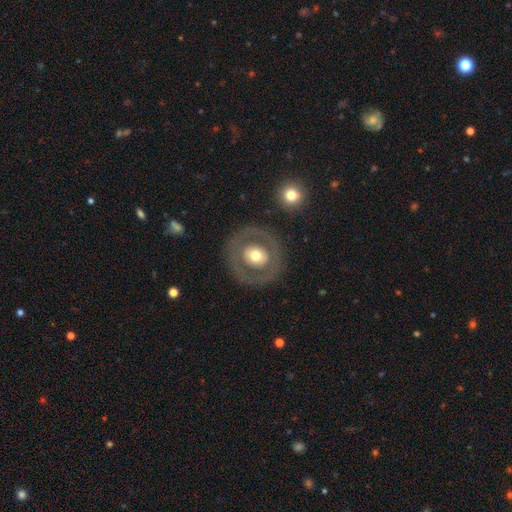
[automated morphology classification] This is possibly a featured or disk galaxy (50%). It is clearly not viewed edge-on (95%). Merging: clearly none (83%).